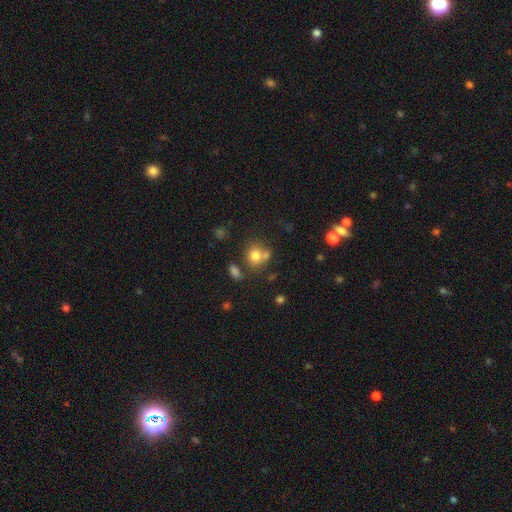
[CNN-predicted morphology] smooth 76%, star or artifact 12%, featured or disk 12%. Down the decision tree: how rounded — round (71%); merging — none (53%).